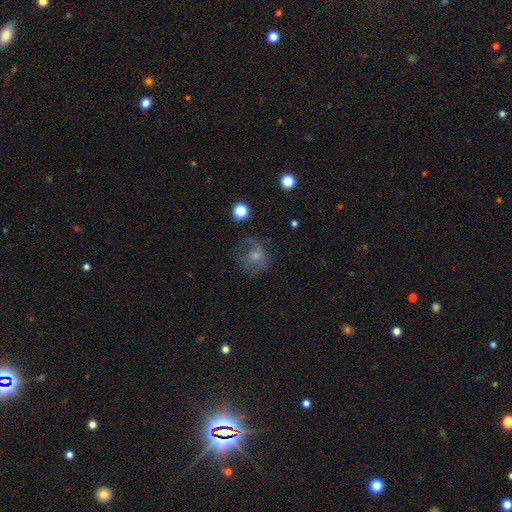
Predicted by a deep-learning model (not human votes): This appears to be a featured or disk galaxy (43%). Merging: none (58%).